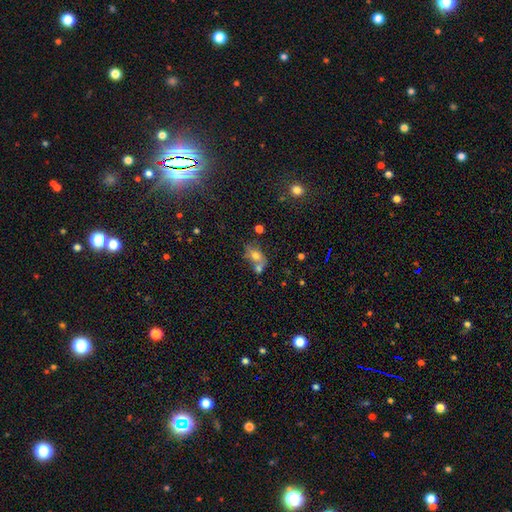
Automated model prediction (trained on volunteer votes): Q: Smooth or featured?
A: smooth (62%); runner-up: featured or disk (25%)
Q: How rounded?
A: in between (77%); runner-up: round (20%)
Q: Merging?
A: merger (41%); runner-up: none (37%)